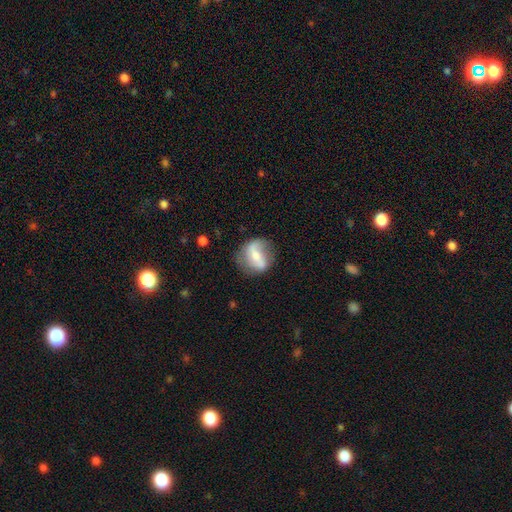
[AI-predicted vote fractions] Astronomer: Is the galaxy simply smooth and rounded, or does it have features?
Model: featured or disk — 57% (runner-up: smooth, 35%).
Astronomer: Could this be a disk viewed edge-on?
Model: no — 93%.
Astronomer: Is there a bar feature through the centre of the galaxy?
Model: strong — 46% (runner-up: weak, 33%).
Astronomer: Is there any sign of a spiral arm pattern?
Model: yes — 66%.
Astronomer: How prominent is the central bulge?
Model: small — 46% (runner-up: moderate, 41%).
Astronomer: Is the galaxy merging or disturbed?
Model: none — 62%.